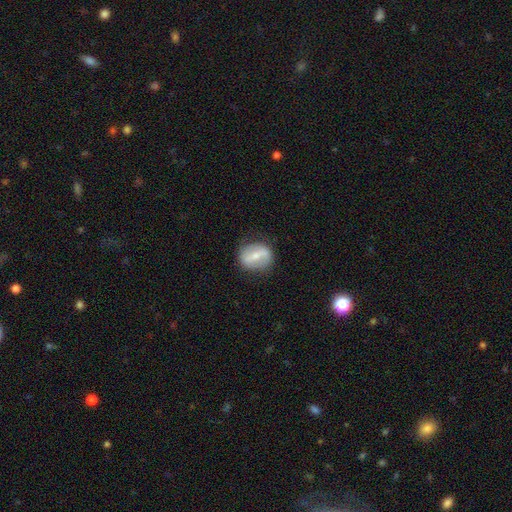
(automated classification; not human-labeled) smooth_or_featured: featured or disk (p=0.54) [alt: smooth p=0.39]
disk_edge_on: no (p=0.91) [alt: yes p=0.09]
merging: none (p=0.79) [alt: minor disturbance p=0.15]